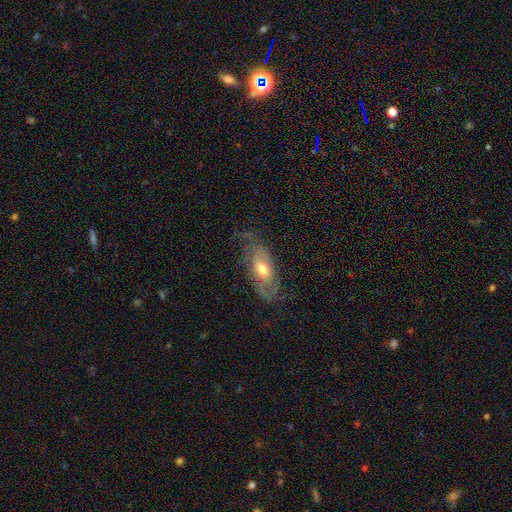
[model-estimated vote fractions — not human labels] Q: Smooth or featured?
A: featured or disk (43%); runner-up: smooth (37%)
Q: Merging?
A: none (80%); runner-up: minor disturbance (14%)